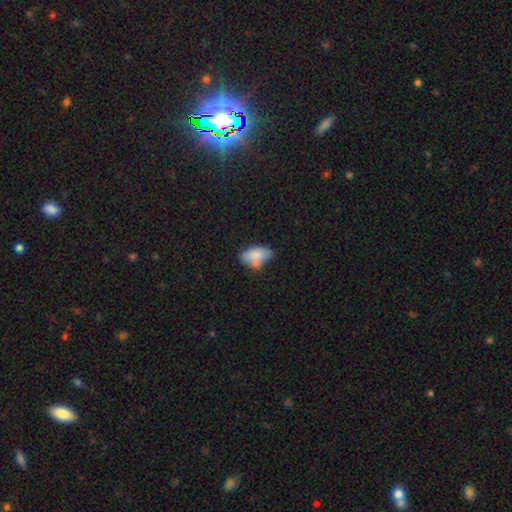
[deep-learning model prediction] smooth_or_featured: smooth (p=0.75) [alt: featured or disk p=0.17]
how_rounded: in between (p=0.90) [alt: round p=0.06]
merging: none (p=0.45) [alt: minor disturbance p=0.26]